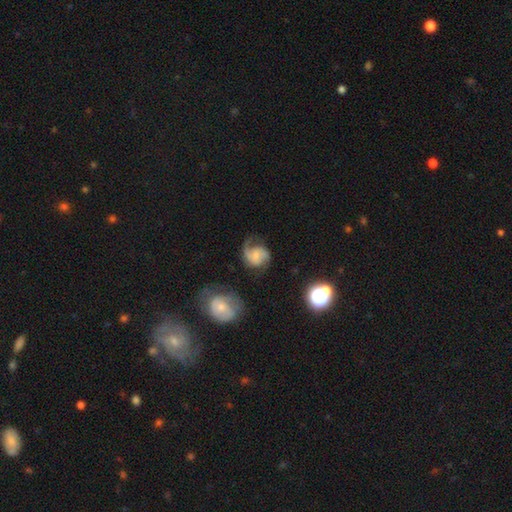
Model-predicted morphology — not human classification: smooth-or-featured: featured or disk: 69% | smooth: 22% | star or artifact: 8%
  disk-edge-on: no: 98% | yes: 2%
    bar: no: 61% | weak: 32% | strong: 6%
    has-spiral-arms: yes: 93% | no: 7%
      spiral-winding: medium: 45% | loose: 34% | tight: 21%
      spiral-arm-count: 2: 60% | 1: 25% | can't tell: 8% | 3: 4% | 4: 1% | more than 4: 1%
    bulge-size: small: 53% | moderate: 24% | none: 17% | large: 4% | dominant: 2%
  merging: none: 49% | major disturbance: 24% | minor disturbance: 22% | merger: 4%